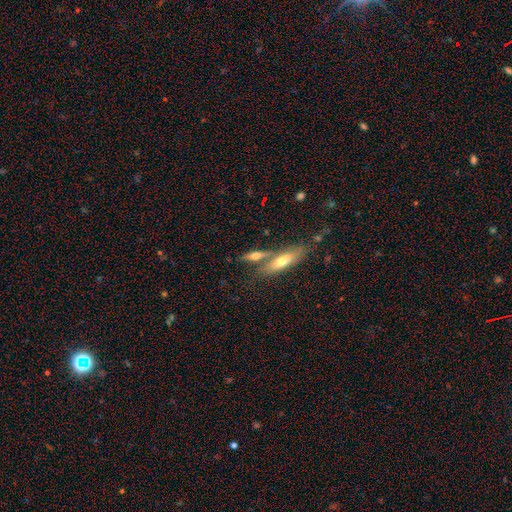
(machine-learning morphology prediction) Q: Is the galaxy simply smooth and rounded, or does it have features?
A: smooth — 56%.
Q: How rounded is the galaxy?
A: cigar-shaped — 52%.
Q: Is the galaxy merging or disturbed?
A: none — 45%.